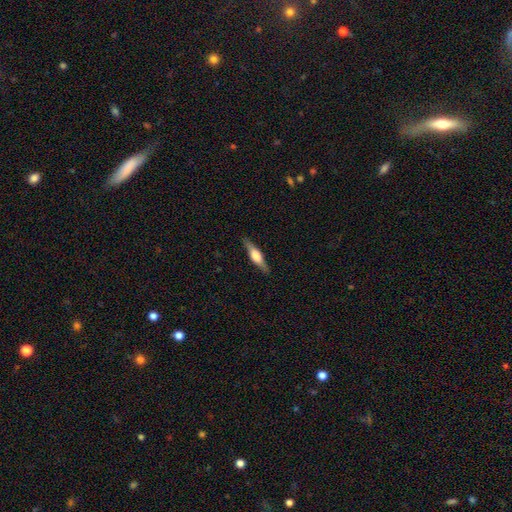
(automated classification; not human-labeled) A featured or disk galaxy (62%) viewed edge-on (96%) with a rounded central bulge (83%).

Vote fractions:
- Smooth or featured? featured or disk: 62% / smooth: 33% / star or artifact: 6%
- Edge-on disk? yes: 96% / no: 4%
- Edge-on bulge? rounded: 83% / boxy: 14% / none: 3%
- Merging? none: 88% / minor disturbance: 9% / major disturbance: 2% / merger: 1%